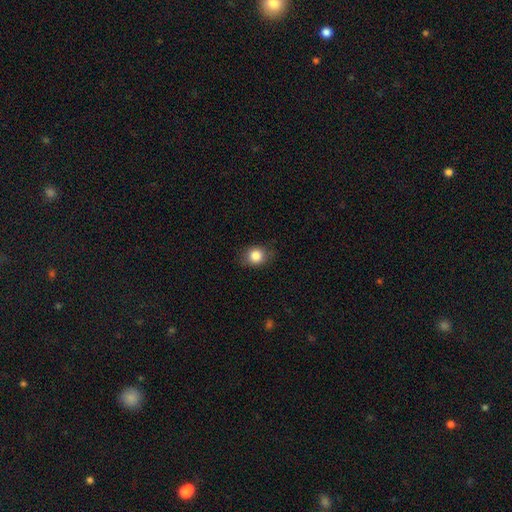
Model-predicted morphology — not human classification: This is clearly a smooth galaxy (84%). How rounded: likely round (67%). Merging: clearly none (81%).